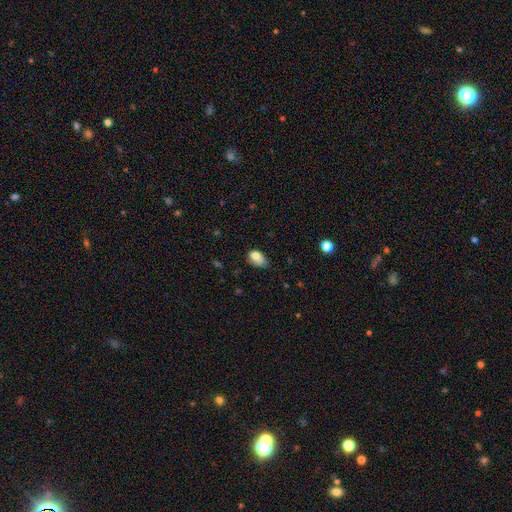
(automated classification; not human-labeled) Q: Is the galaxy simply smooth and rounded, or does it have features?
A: smooth — 75%.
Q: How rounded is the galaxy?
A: in between — 85%.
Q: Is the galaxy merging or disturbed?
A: minor disturbance — 41%.